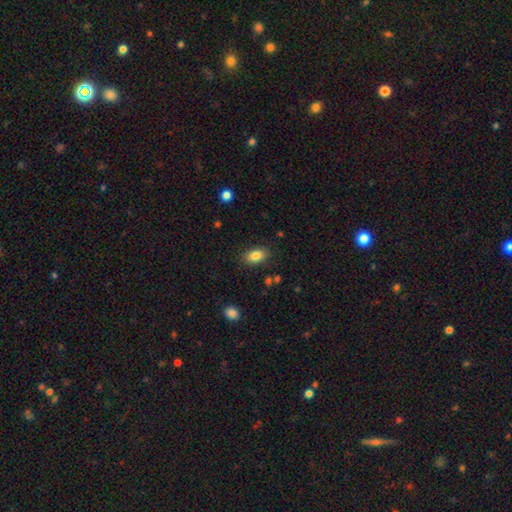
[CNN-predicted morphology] Overall: smooth (84%). How rounded: in between (89%). Merging: none (85%).